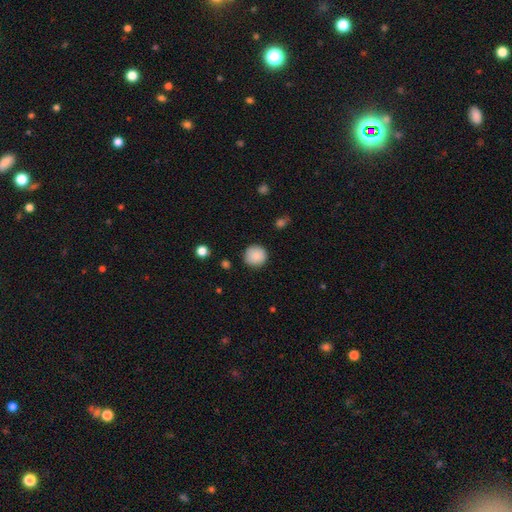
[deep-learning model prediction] smooth_or_featured: smooth (p=0.86) [alt: star or artifact p=0.08]
how_rounded: round (p=0.93) [alt: in between p=0.06]
merging: none (p=0.87) [alt: minor disturbance p=0.10]